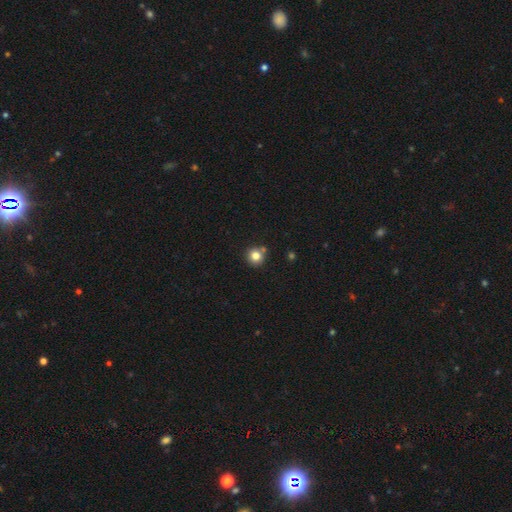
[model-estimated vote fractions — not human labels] This appears to be a smooth galaxy with no disk features (82%) that is round (94%). Merging: none (77%).